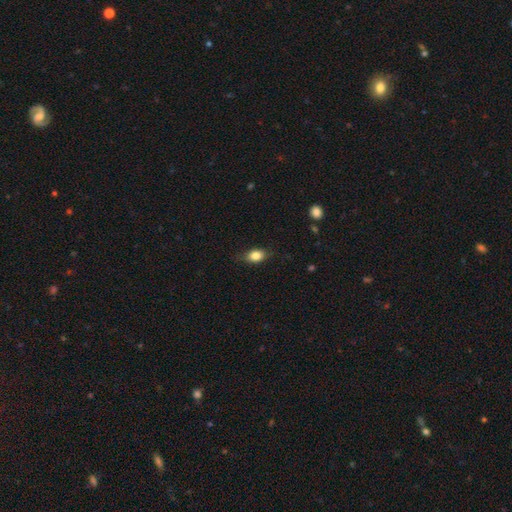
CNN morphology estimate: type=smooth (81%); roundness=in between (78%); merging=none (76%).